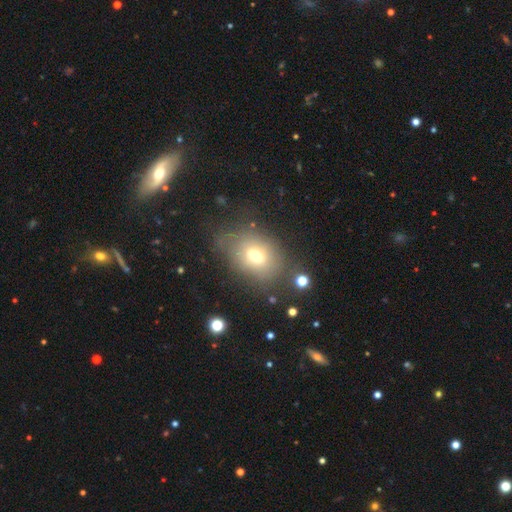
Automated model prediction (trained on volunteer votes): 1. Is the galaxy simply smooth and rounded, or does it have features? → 66% smooth, 20% featured or disk, 14% star or artifact.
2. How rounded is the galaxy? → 66% in between, 33% round, 1% cigar-shaped.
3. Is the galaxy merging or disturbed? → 61% none, 21% minor disturbance, 13% major disturbance, 4% merger.